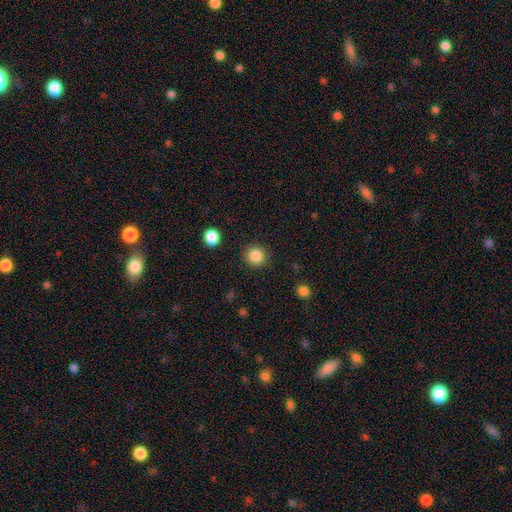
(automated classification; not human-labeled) Smooth or featured? smooth (85%)
How rounded? round (94%)
Merging? none (90%)